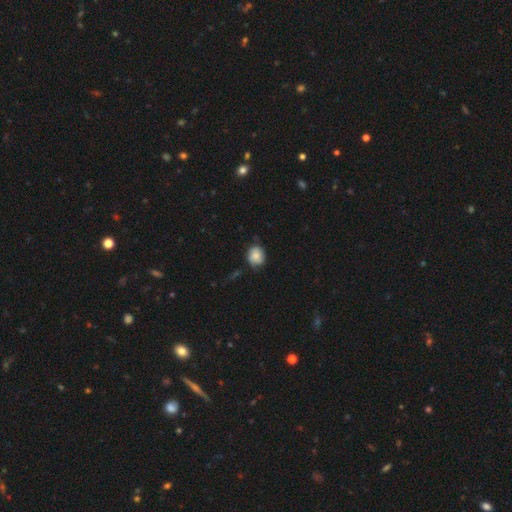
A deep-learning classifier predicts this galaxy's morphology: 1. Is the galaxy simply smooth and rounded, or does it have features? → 75% smooth, 16% featured or disk, 8% star or artifact.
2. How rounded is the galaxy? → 62% round, 37% in between, 1% cigar-shaped.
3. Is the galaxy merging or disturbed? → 63% none, 28% minor disturbance, 6% major disturbance, 2% merger.